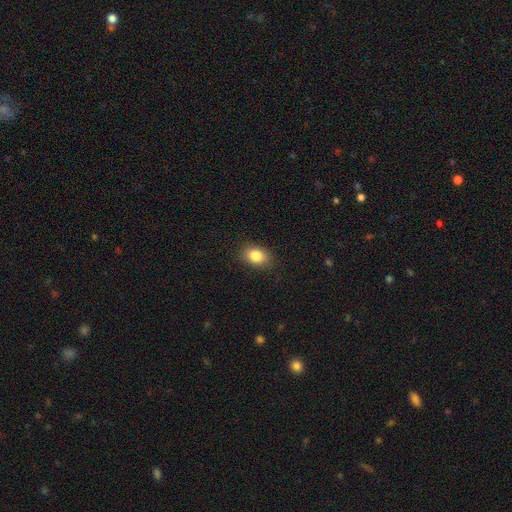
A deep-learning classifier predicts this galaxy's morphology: Smooth or featured?
  - smooth: 84% *
  - star or artifact: 9%
  - featured or disk: 6%
How rounded?
  - in between: 72% *
  - round: 27%
  - cigar-shaped: 1%
Merging?
  - none: 86% *
  - minor disturbance: 10%
  - major disturbance: 3%
  - merger: 1%